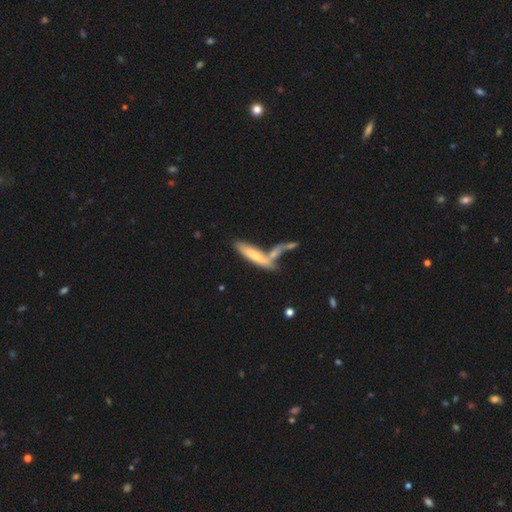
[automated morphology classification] This is likely a smooth galaxy (62%). How rounded: likely cigar-shaped (79%). Merging: marginally merger (41%).